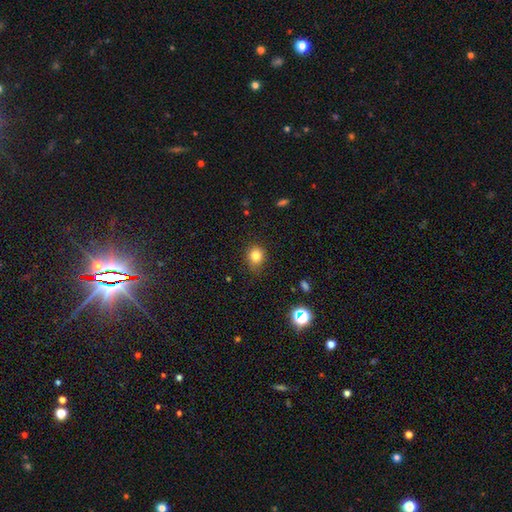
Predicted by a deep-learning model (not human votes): Q: Smooth or featured?
A: smooth (81%); runner-up: star or artifact (12%)
Q: How rounded?
A: round (73%); runner-up: in between (26%)
Q: Merging?
A: none (77%); runner-up: minor disturbance (18%)